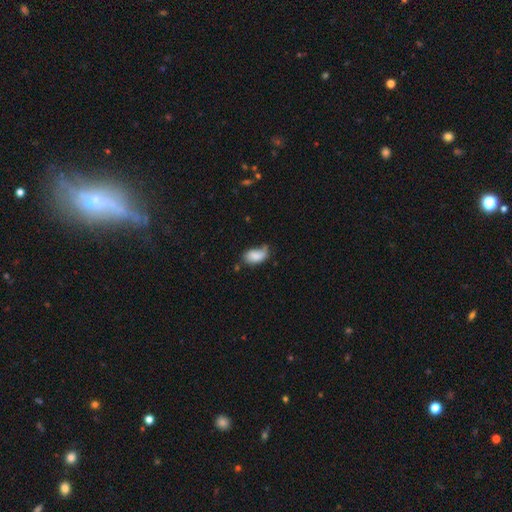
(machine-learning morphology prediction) smooth_or_featured: smooth (p=0.80) [alt: featured or disk p=0.12]
how_rounded: in between (p=0.92) [alt: round p=0.05]
merging: none (p=0.40) [alt: minor disturbance p=0.37]